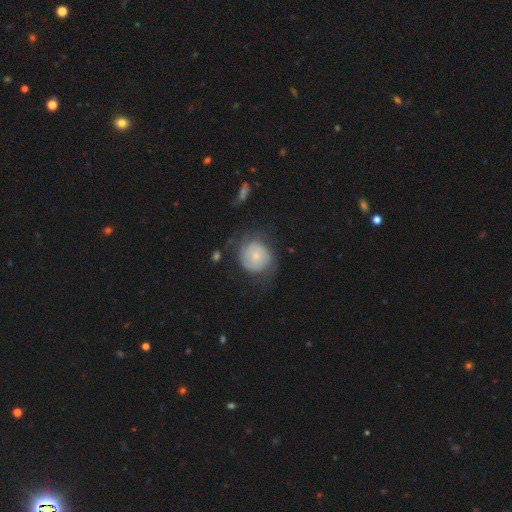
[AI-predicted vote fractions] A featured or disk galaxy (50%). Merging: none (52%).